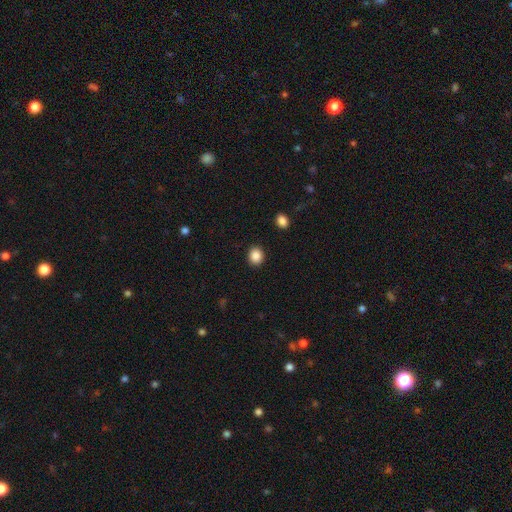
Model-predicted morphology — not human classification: smooth_or_featured: smooth (p=0.87) [alt: star or artifact p=0.09]
how_rounded: round (p=0.72) [alt: in between p=0.27]
merging: none (p=0.91) [alt: minor disturbance p=0.05]